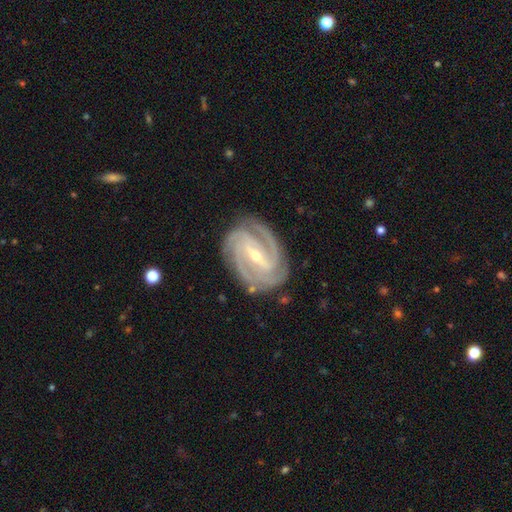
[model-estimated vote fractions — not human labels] smooth-or-featured: featured or disk: 93% | star or artifact: 4% | smooth: 3%
  disk-edge-on: no: 97% | yes: 3%
    bar: strong: 57% | weak: 33% | no: 10%
    has-spiral-arms: yes: 99% | no: 1%
      spiral-winding: tight: 67% | medium: 30% | loose: 4%
      spiral-arm-count: 3: 42% | 4: 28% | 2: 14% | can't tell: 7% | more than 4: 4% | 1: 4%
    bulge-size: small: 59% | moderate: 38% | large: 1% | none: 1% | dominant: 1%
  merging: none: 81% | minor disturbance: 14% | major disturbance: 4% | merger: 1%